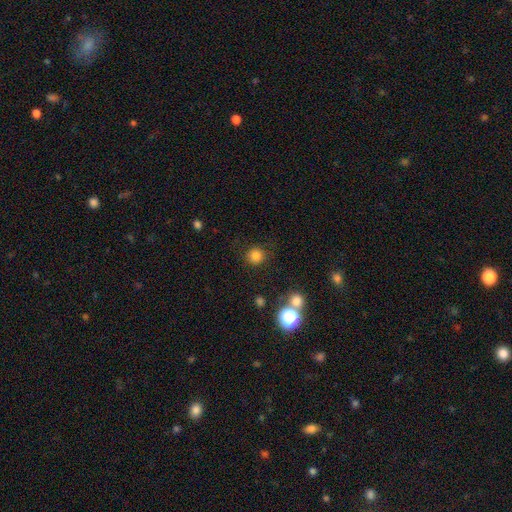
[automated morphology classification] This is clearly a smooth galaxy (81%). How rounded: clearly round (92%). Merging: clearly none (87%).